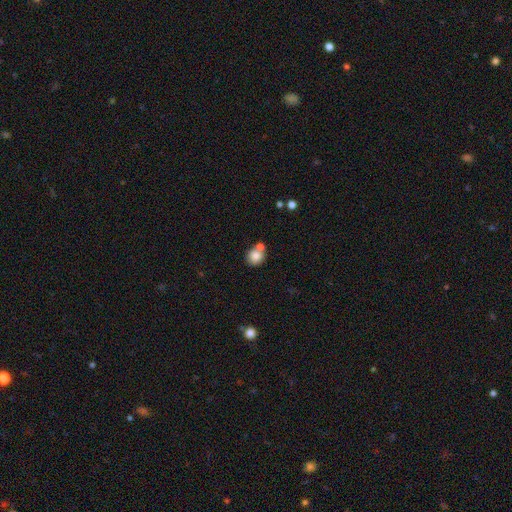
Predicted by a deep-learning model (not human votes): The model was most divided on "merging": none: 54%, merger: 31%, minor disturbance: 11%, major disturbance: 4%. More confident: how rounded — round (83%); smooth or featured — smooth (83%).